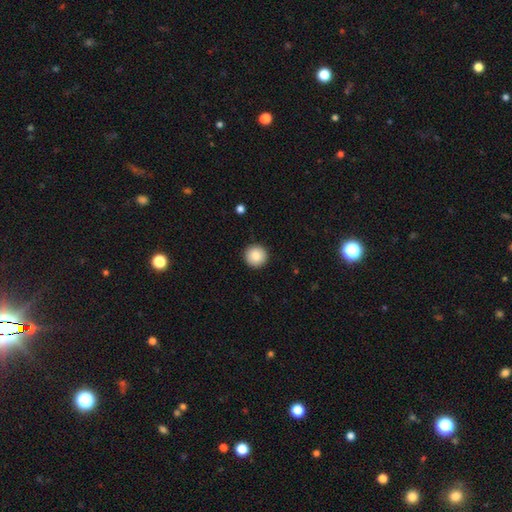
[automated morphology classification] smooth 87%, star or artifact 8%, featured or disk 5%. Down the decision tree: how rounded — round (96%); merging — none (92%).